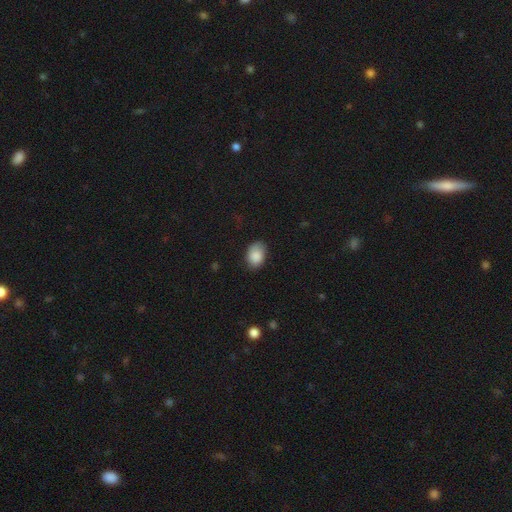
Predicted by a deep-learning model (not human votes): Smooth or featured? Predicted: smooth (p=0.87). How rounded? Predicted: in between (p=0.81). Merging? Predicted: none (p=0.74).